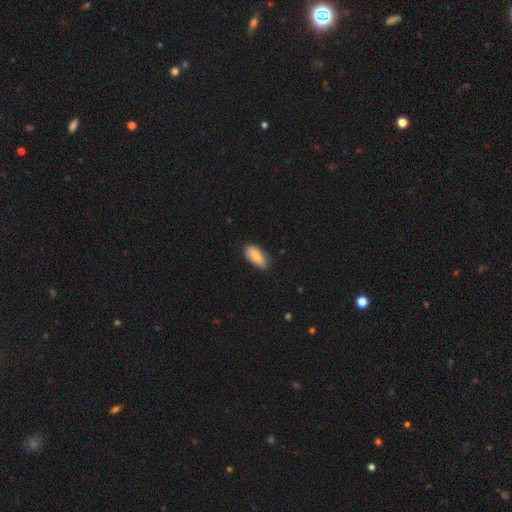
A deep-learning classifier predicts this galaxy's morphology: This appears to be a smooth galaxy with no disk features (87%) that is in between round and cigar-shaped (86%). Merging: none (73%).